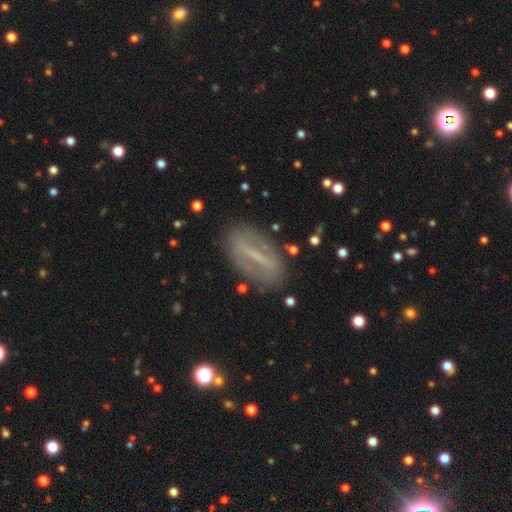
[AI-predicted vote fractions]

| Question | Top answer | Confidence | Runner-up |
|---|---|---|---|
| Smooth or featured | featured or disk | 60% | smooth (30%) |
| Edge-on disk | no | 69% | yes (31%) |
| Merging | none | 83% | minor disturbance (11%) |